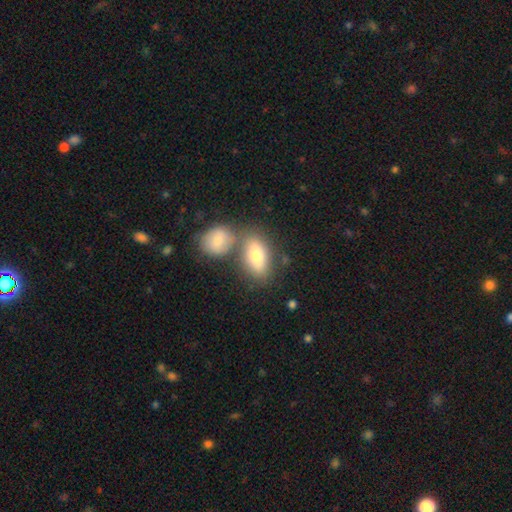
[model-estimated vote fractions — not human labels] This appears to be a smooth galaxy with no disk features (76%) that is in between round and cigar-shaped (86%). Merging: none (50%).